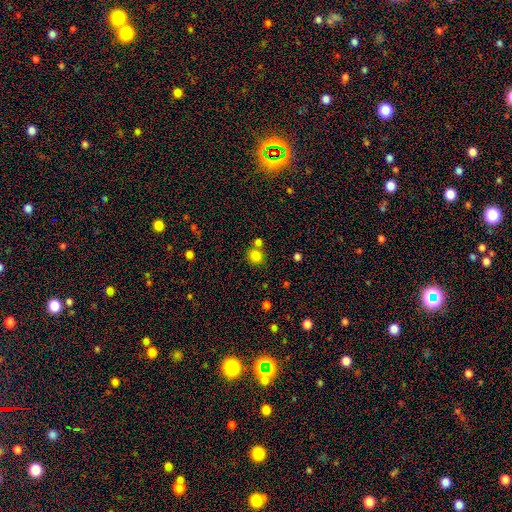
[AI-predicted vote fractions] smooth_or_featured: smooth (p=0.82) [alt: star or artifact p=0.13]
how_rounded: round (p=0.84) [alt: in between p=0.15]
merging: none (p=0.63) [alt: merger p=0.25]